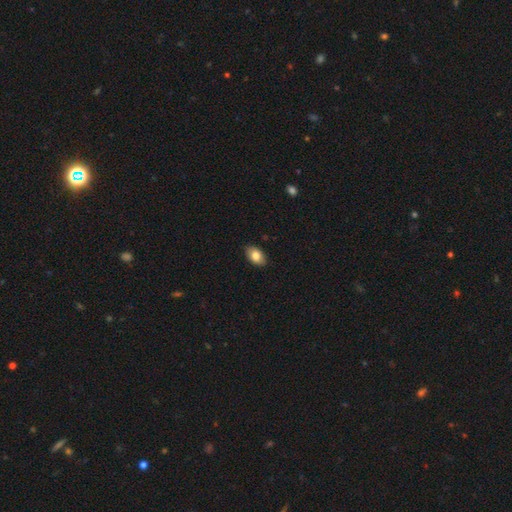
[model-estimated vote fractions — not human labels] Smooth or featured? Predicted: smooth (p=0.82). How rounded? Predicted: in between (p=0.90). Merging? Predicted: none (p=0.88).